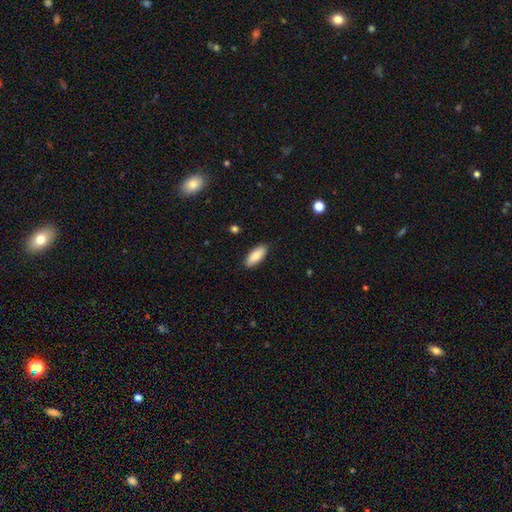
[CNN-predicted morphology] type=smooth (86%); roundness=in between (81%); merging=none (88%).